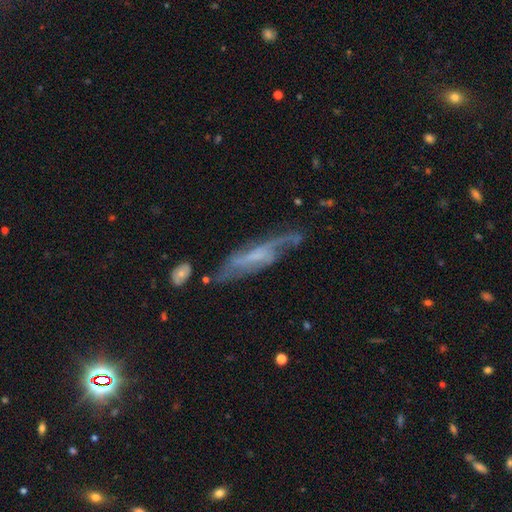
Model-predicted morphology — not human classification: A featured or disk galaxy (74%). Merging: none (57%).